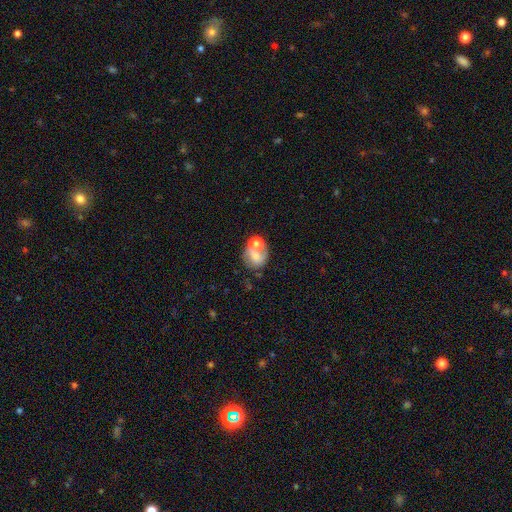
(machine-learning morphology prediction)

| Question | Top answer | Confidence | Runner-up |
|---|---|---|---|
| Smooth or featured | smooth | 60% | featured or disk (29%) |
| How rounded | round | 63% | in between (36%) |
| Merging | merger | 46% | none (31%) |